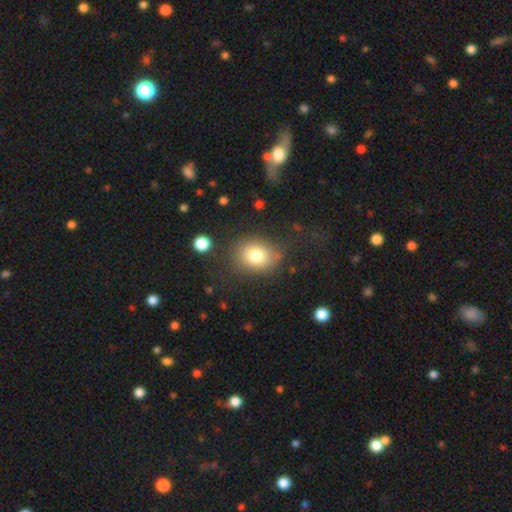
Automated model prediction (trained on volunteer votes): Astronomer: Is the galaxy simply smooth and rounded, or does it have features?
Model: smooth — 78%.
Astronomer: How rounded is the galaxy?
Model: round — 54% (runner-up: in between, 45%).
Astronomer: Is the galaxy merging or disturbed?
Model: none — 75%.